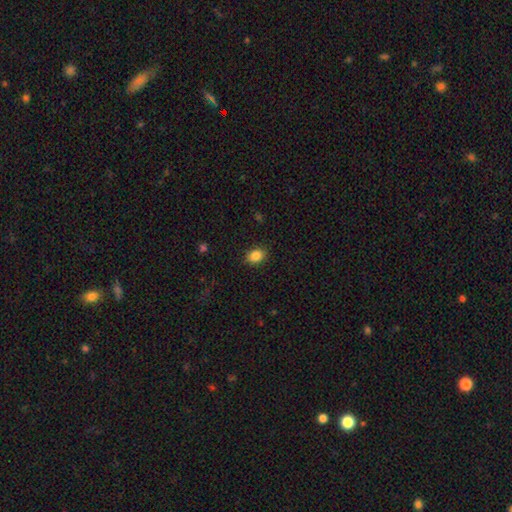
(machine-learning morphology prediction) Overall: smooth (86%). How rounded: in between (70%). Merging: none (87%).